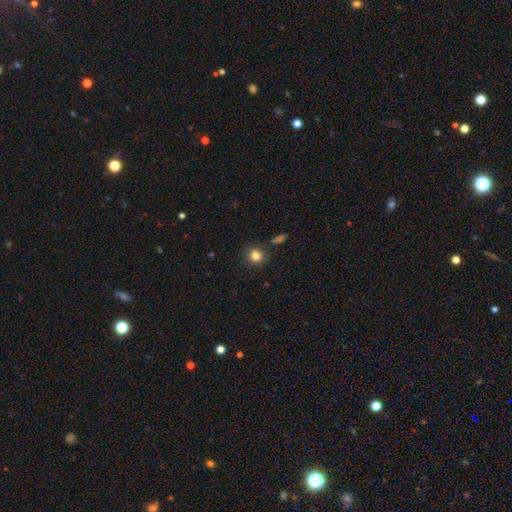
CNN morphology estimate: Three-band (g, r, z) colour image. It shows a smooth galaxy with no disk features (83%) that is round (89%). Merging: none (86%).